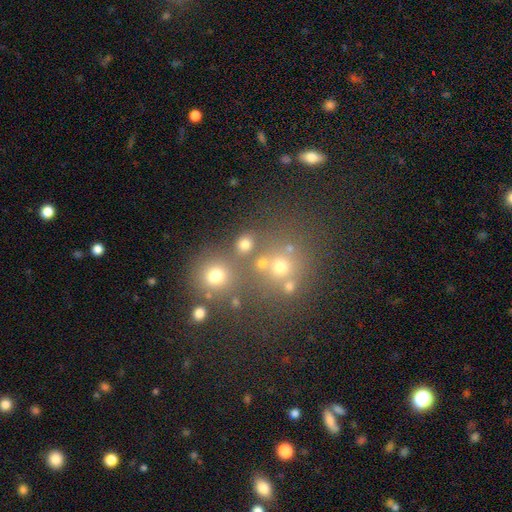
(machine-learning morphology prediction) star or artifact 43%, smooth 42%, featured or disk 15%.